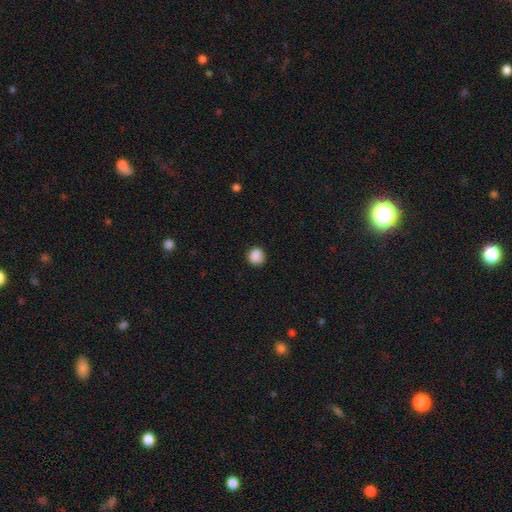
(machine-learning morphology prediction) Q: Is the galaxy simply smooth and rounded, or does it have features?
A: smooth — 88%.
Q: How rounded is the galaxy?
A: round — 87%.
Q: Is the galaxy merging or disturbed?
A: none — 86%.